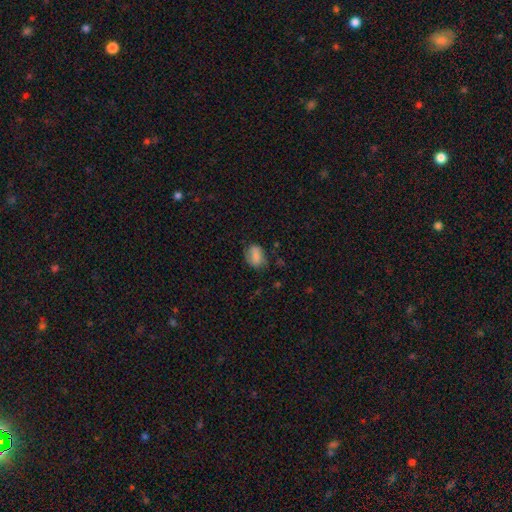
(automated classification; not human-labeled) This appears to be a smooth galaxy with no disk features (76%) that is in between round and cigar-shaped (73%). Merging: none (62%).